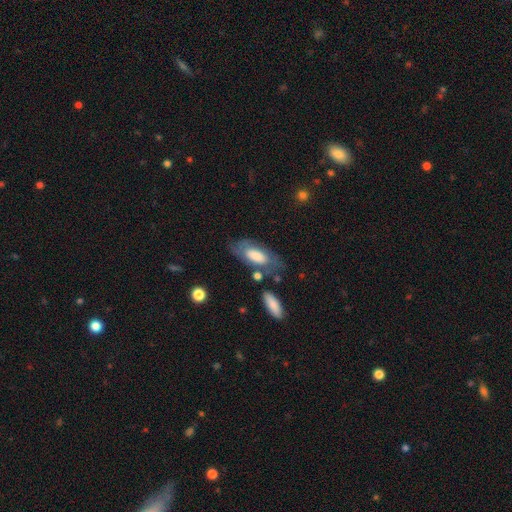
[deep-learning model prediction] A smooth galaxy with no disk features (62%) that is in between round and cigar-shaped (84%).

Vote fractions:
- Smooth or featured? smooth: 62% / featured or disk: 32% / star or artifact: 7%
- How rounded? in between: 84% / cigar-shaped: 13% / round: 3%
- Merging? none: 63% / minor disturbance: 20% / major disturbance: 10% / merger: 7%